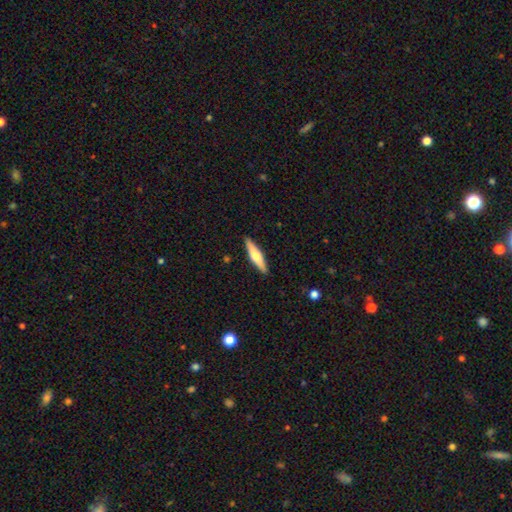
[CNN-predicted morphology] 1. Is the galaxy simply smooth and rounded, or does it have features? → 47% featured or disk (tied), 47% smooth (tied), 5% star or artifact.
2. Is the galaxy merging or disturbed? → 90% none, 7% minor disturbance, 1% major disturbance, 1% merger.